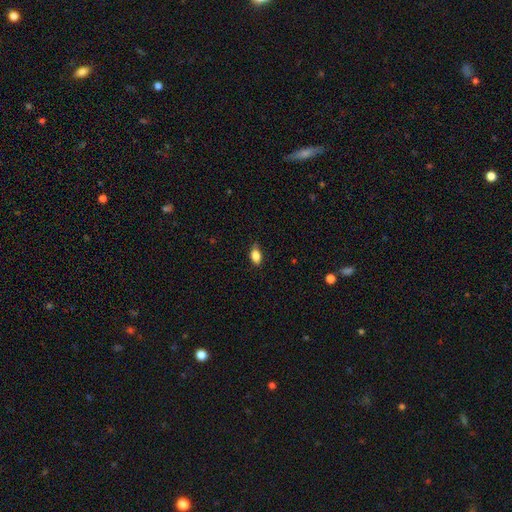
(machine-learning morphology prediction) Smooth or featured? smooth (85%)
How rounded? in between (88%)
Merging? none (77%)